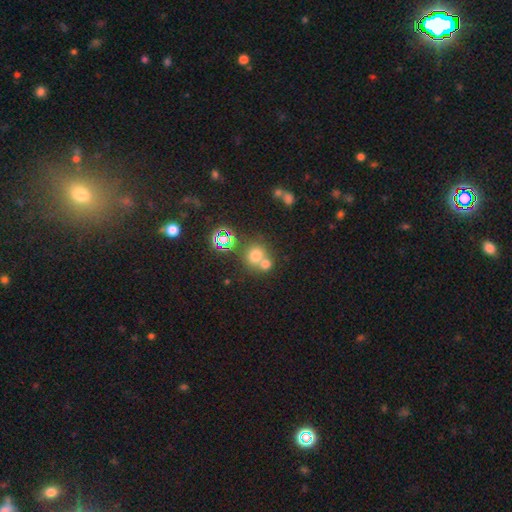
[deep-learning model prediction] Smooth or featured? Predicted: smooth (p=0.67). How rounded? Predicted: round (p=0.79). Merging? Predicted: none (p=0.46).